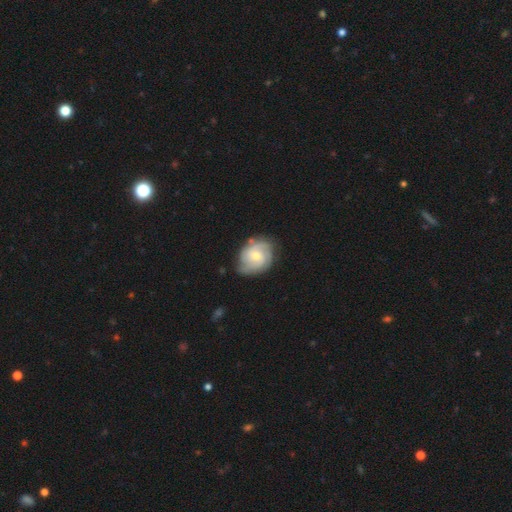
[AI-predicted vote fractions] This is likely a featured or disk galaxy (79%). It is clearly not viewed edge-on (98%). Bar: possibly no (59%). Spiral arm pattern: clearly yes (95%). Spiral arm count: marginally 2 (36%). Spiral winding: possibly tight (56%). Central bulge: possibly moderate (51%). Merging: likely none (70%).